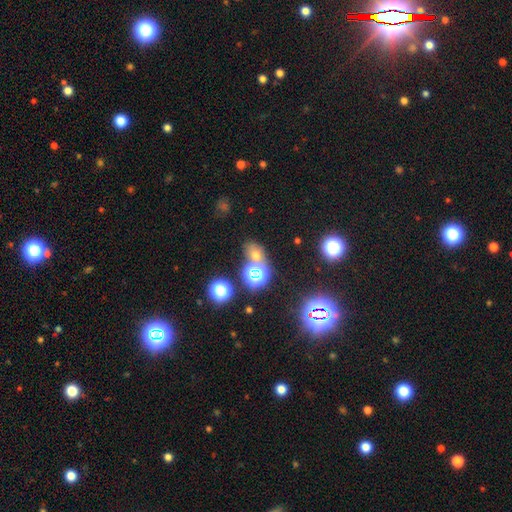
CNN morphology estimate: Smooth or featured? Predicted: smooth (p=0.47). Merging? Predicted: none (p=0.60).